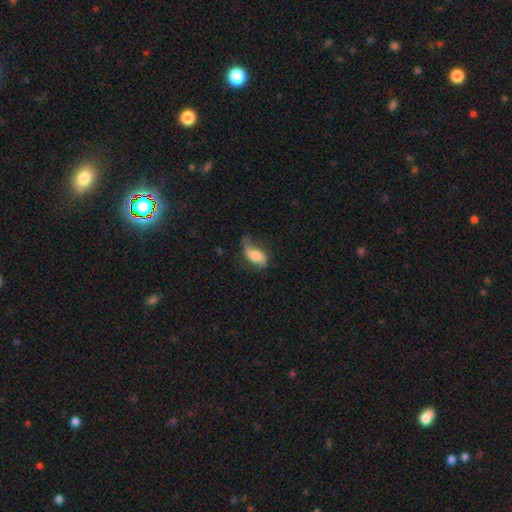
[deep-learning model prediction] Overall: smooth (54%; featured or disk 38%). How rounded: in between (86%). Merging: none (44%; minor disturbance 34%).